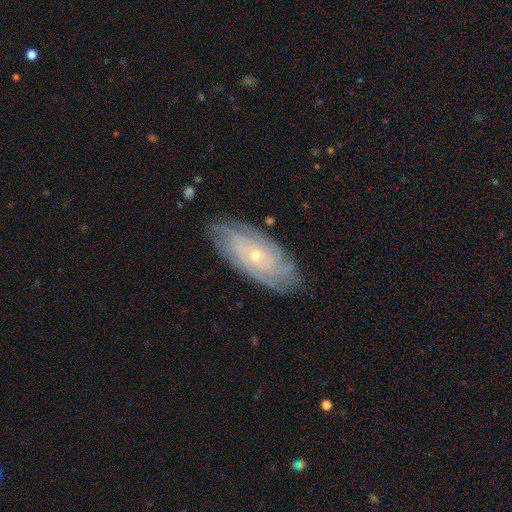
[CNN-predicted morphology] Smooth or featured: featured or disk — 81% (smooth — 12%)
Edge-on disk: no — 91% (yes — 9%)
Bar: no — 80% (weak — 17%)
Spiral arms: yes — 94% (no — 6%)
Spiral winding: tight — 76% (medium — 19%)
Spiral arm count: can't tell — 41% (4 — 19%)
Bulge size: small — 74% (moderate — 23%)
Merging: none — 81% (minor disturbance — 14%)